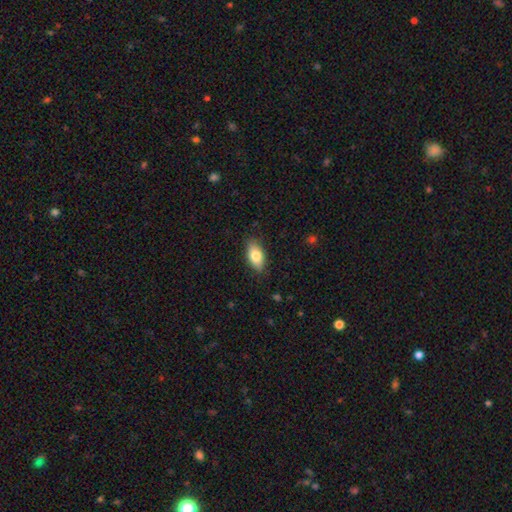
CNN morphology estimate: smooth_or_featured: smooth (p=0.79) [alt: featured or disk p=0.14]
how_rounded: in between (p=0.90) [alt: cigar-shaped p=0.06]
merging: none (p=0.85) [alt: minor disturbance p=0.12]